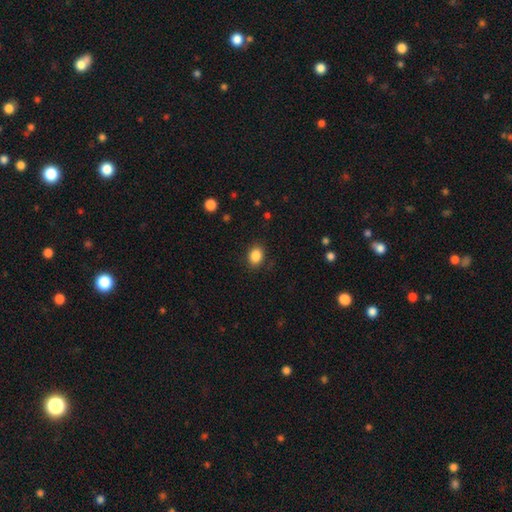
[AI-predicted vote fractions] smooth 86%, star or artifact 9%, featured or disk 4%. Down the decision tree: how rounded — in between (59%); merging — none (86%).